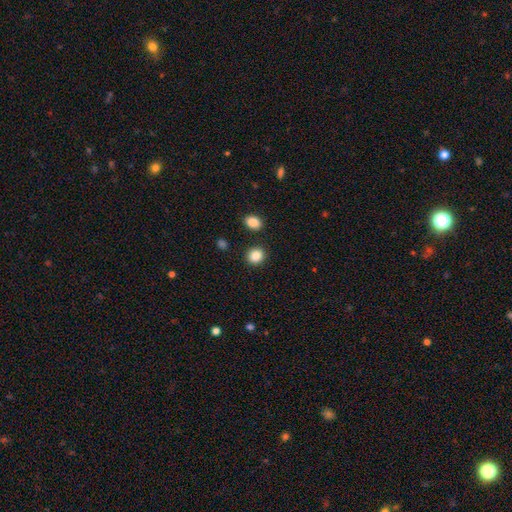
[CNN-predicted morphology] smooth 87%, star or artifact 9%, featured or disk 4%. Down the decision tree: how rounded — round (75%); merging — none (87%).